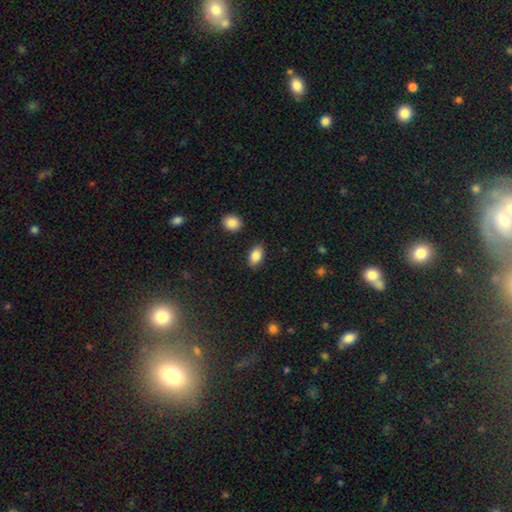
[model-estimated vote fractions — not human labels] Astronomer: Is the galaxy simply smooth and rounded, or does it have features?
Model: smooth — 86%.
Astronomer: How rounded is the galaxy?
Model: in between — 90%.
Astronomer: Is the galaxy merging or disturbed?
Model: none — 87%.